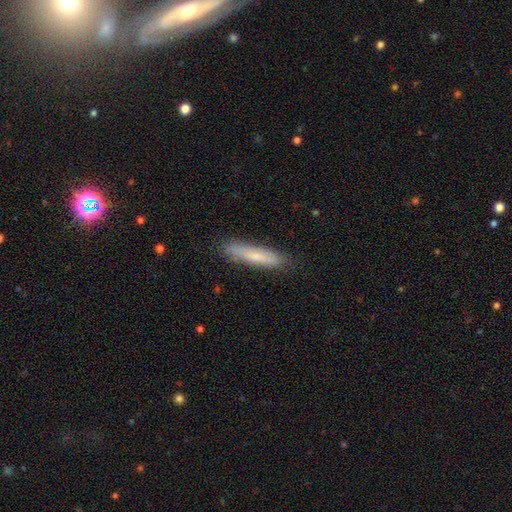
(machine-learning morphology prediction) smooth-or-featured: smooth: 69% | featured or disk: 24% | star or artifact: 6%
  how-rounded: cigar-shaped: 88% | in between: 11% | round: 1%
  merging: none: 86% | minor disturbance: 11% | major disturbance: 2% | merger: 1%